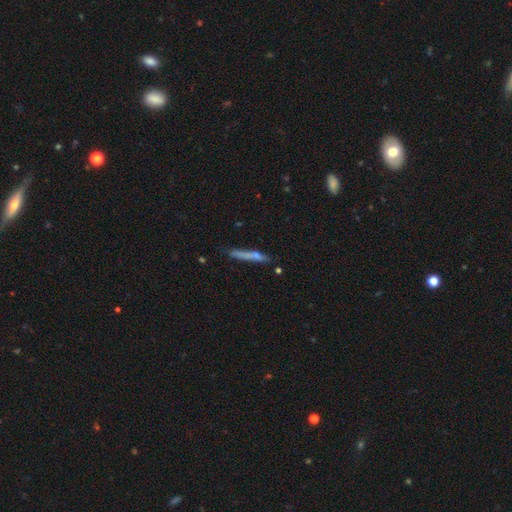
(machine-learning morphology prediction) smooth-or-featured: smooth: 59% | featured or disk: 34% | star or artifact: 7%
  how-rounded: cigar-shaped: 95% | in between: 3% | round: 2%
  merging: none: 75% | minor disturbance: 16% | merger: 4% | major disturbance: 4%